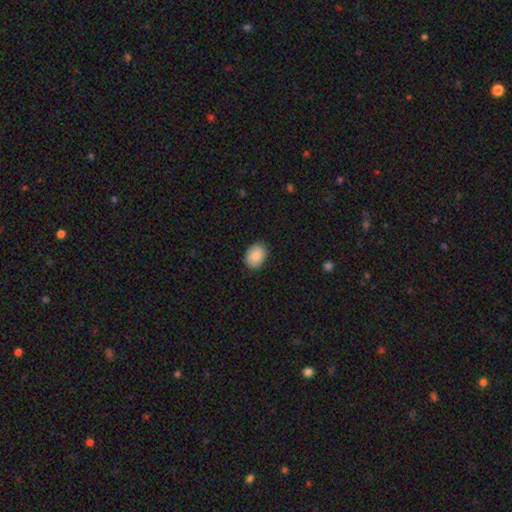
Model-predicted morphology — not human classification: Q: Smooth or featured?
A: smooth (88%); runner-up: star or artifact (7%)
Q: How rounded?
A: in between (73%); runner-up: round (26%)
Q: Merging?
A: none (86%); runner-up: minor disturbance (11%)